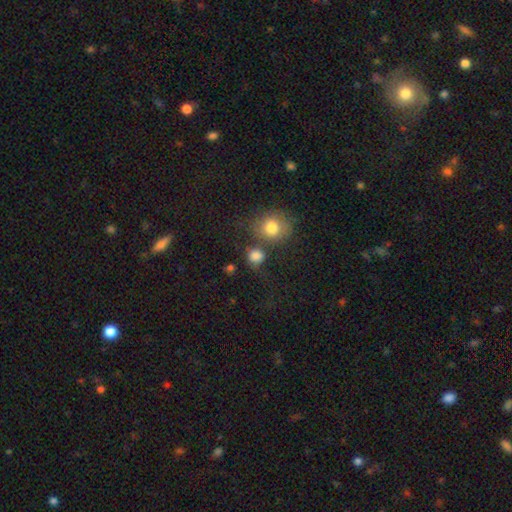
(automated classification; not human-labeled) The model was most divided on "merging": none: 52%, merger: 21%, minor disturbance: 15%, major disturbance: 11%. More confident: how rounded — round (83%); smooth or featured — smooth (81%).